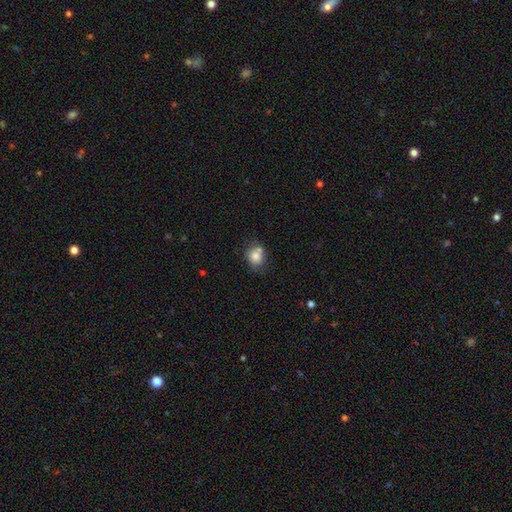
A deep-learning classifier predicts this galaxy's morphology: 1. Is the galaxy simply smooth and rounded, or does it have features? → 80% smooth, 11% featured or disk, 10% star or artifact.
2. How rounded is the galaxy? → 66% round, 33% in between, 1% cigar-shaped.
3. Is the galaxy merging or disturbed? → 55% none, 21% merger, 19% minor disturbance, 5% major disturbance.